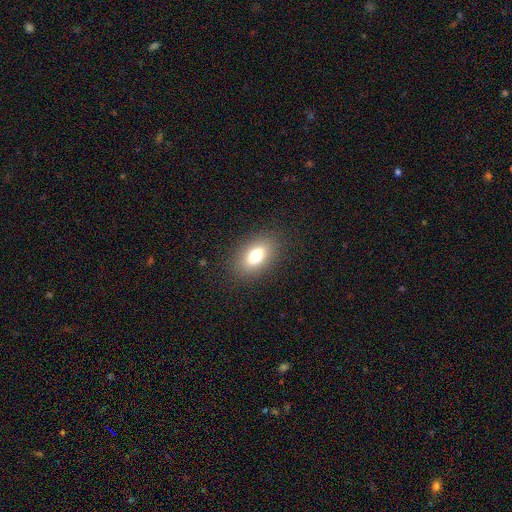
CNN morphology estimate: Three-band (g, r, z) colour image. It shows a smooth galaxy with no disk features (75%) that is in between round and cigar-shaped (86%). Merging: none (86%).